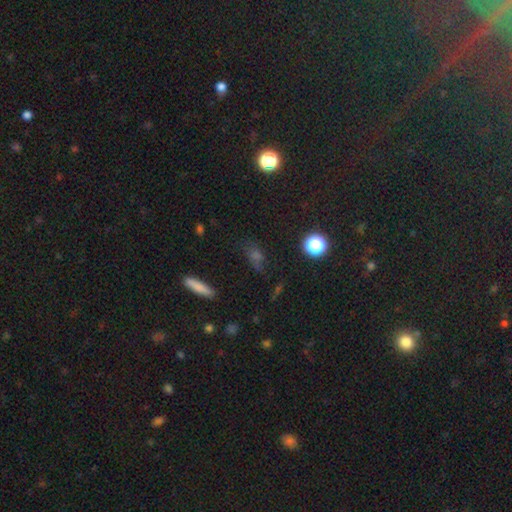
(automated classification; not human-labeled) Smooth or featured? smooth (48%)
Merging? none (71%)